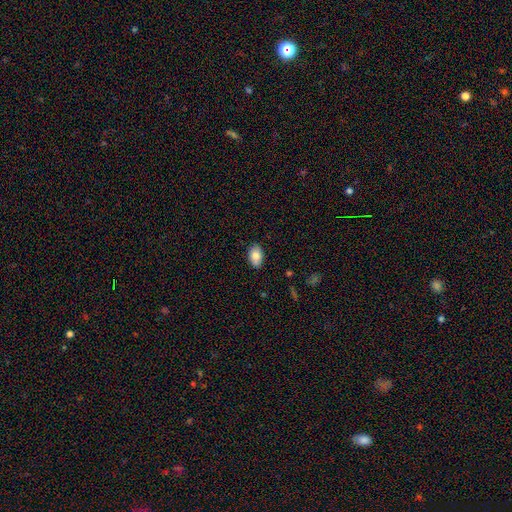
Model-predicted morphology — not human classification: The model was most divided on "smooth or featured": smooth: 82%, featured or disk: 11%, star or artifact: 7%. More confident: how rounded — in between (91%); merging — none (86%).